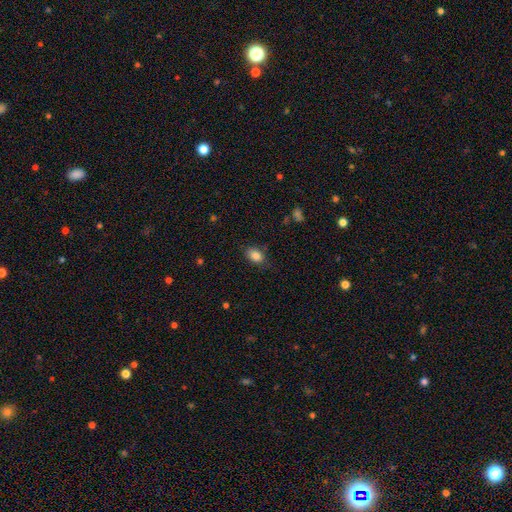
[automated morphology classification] smooth 85%, star or artifact 9%, featured or disk 6%. Down the decision tree: how rounded — in between (81%); merging — none (77%).